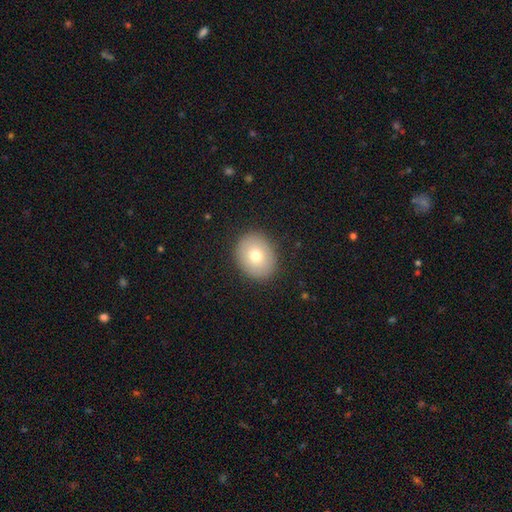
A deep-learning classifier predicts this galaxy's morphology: The model was most divided on "how rounded": round: 58%, in between: 42%, cigar-shaped: 1%. More confident: merging — none (90%); smooth or featured — smooth (75%).